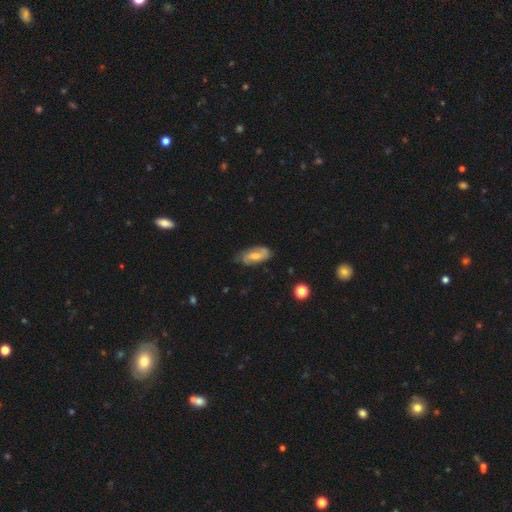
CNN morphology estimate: Smooth or featured: featured or disk — 57% (smooth — 36%)
Edge-on disk: no — 91% (yes — 9%)
Bar: weak — 46% (no — 42%)
Spiral arms: yes — 86% (no — 14%)
Bulge size: moderate — 52% (small — 35%)
Merging: none — 73% (minor disturbance — 20%)